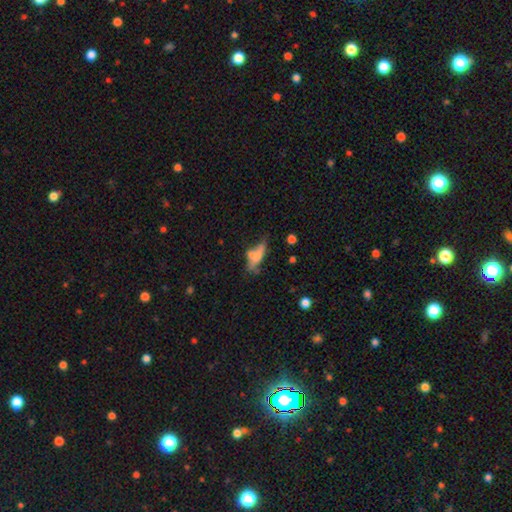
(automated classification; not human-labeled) Smooth or featured?
  - smooth: 54% *
  - featured or disk: 34%
  - star or artifact: 12%
How rounded?
  - cigar-shaped: 54% *
  - in between: 42%
  - round: 4%
Merging?
  - none: 36% *
  - merger: 26%
  - minor disturbance: 21%
  - major disturbance: 17%